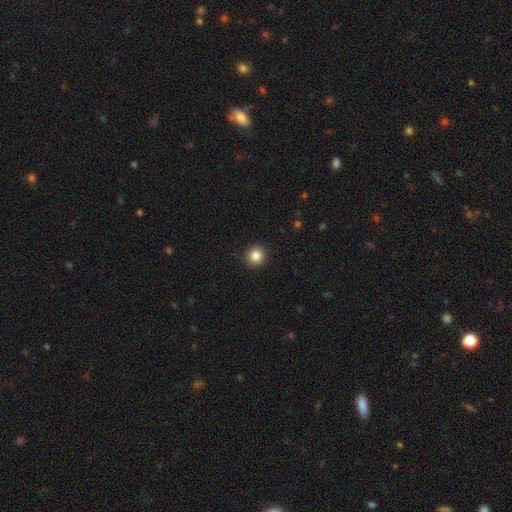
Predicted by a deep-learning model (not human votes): A smooth galaxy with no disk features (85%) that is round (89%). Merging: none (92%).